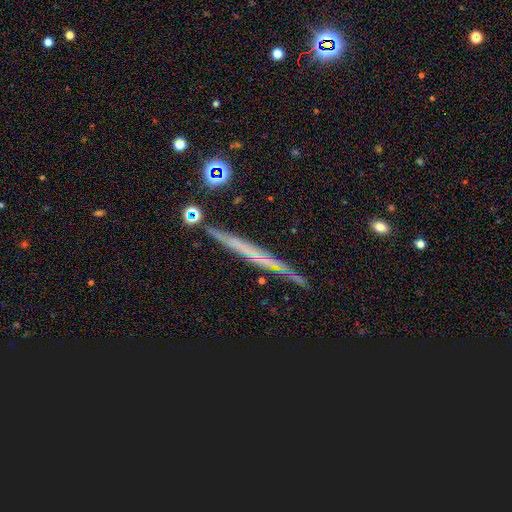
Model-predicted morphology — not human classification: The model was most divided on "smooth or featured": featured or disk: 46%, smooth: 28%, star or artifact: 27%. More confident: merging — none (85%).